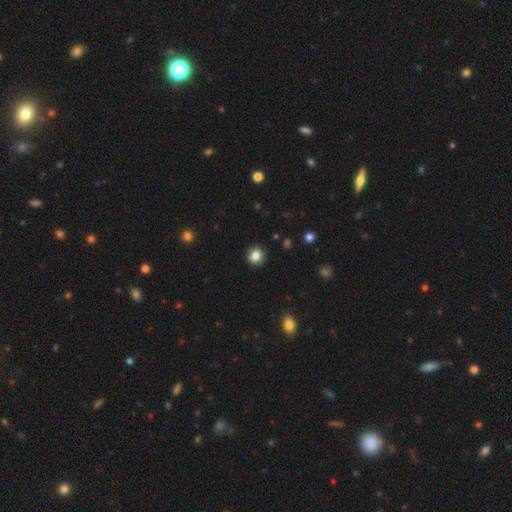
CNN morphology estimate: A smooth galaxy with no disk features (83%) that is round (90%). Merging: none (91%).